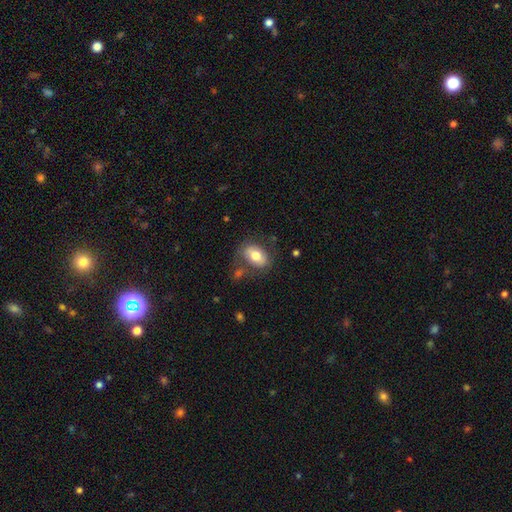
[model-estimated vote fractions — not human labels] smooth_or_featured: smooth (p=0.70) [alt: featured or disk p=0.23]
how_rounded: in between (p=0.87) [alt: round p=0.11]
merging: none (p=0.66) [alt: minor disturbance p=0.18]